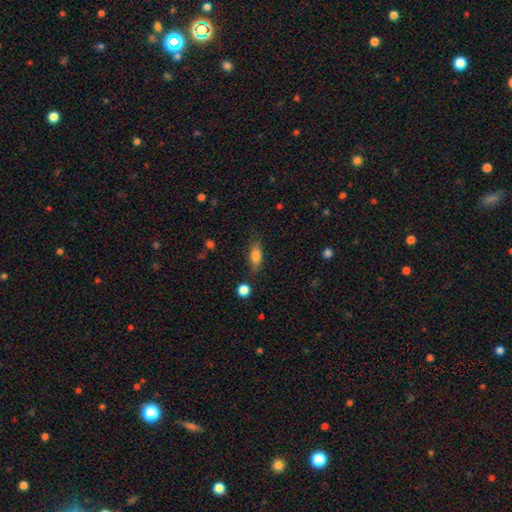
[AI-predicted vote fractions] Q: Smooth or featured?
A: smooth (77%); runner-up: featured or disk (15%)
Q: How rounded?
A: in between (70%); runner-up: cigar-shaped (26%)
Q: Merging?
A: none (77%); runner-up: minor disturbance (16%)